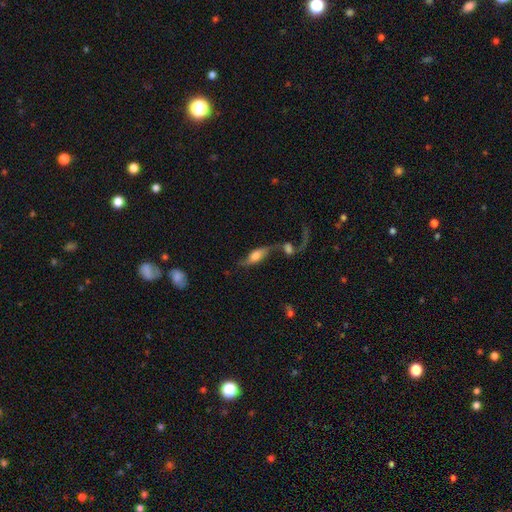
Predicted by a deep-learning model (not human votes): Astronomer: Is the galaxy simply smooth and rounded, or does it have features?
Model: featured or disk — 53% (runner-up: smooth, 38%).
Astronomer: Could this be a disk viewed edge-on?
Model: no — 59% (runner-up: yes, 41%).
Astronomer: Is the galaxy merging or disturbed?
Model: merger — 46% (runner-up: none, 29%).